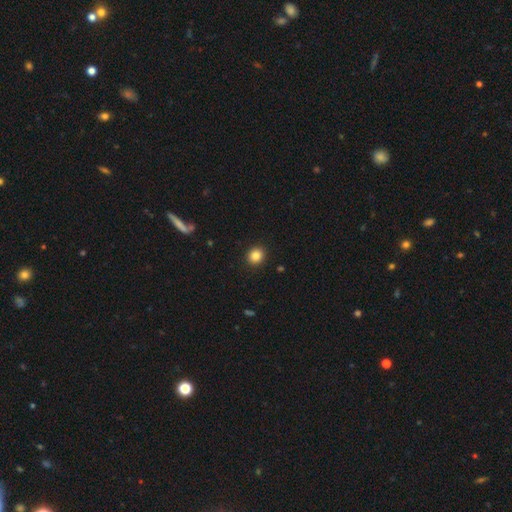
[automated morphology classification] smooth-or-featured: smooth: 85% | star or artifact: 11% | featured or disk: 5%
  how-rounded: round: 84% | in between: 15% | cigar-shaped: 1%
  merging: none: 92% | minor disturbance: 5% | major disturbance: 2% | merger: 1%